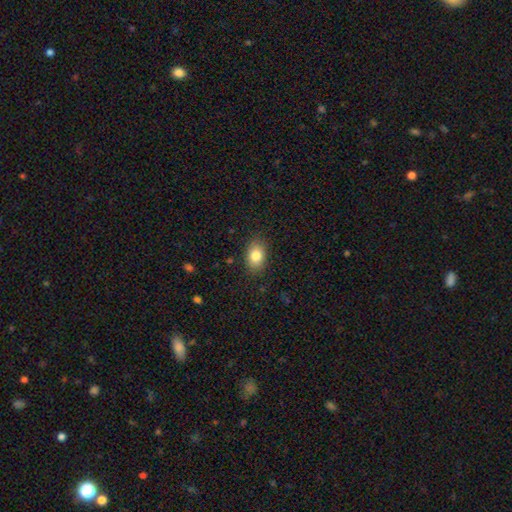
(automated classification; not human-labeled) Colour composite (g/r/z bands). It shows a smooth galaxy with no disk features (82%) that is in between round and cigar-shaped (80%). Merging: none (86%).